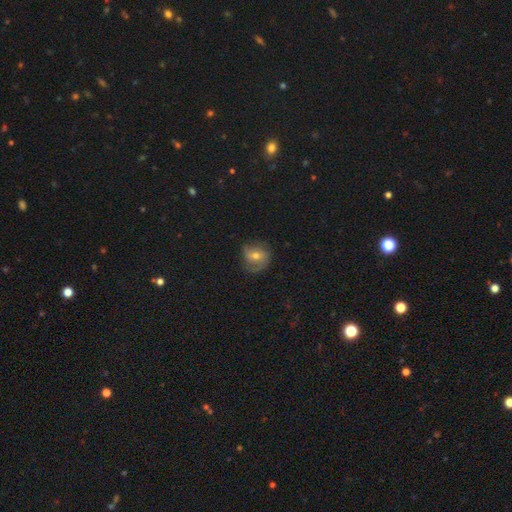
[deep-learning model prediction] smooth_or_featured: featured or disk (p=0.46) [alt: smooth p=0.45]
merging: none (p=0.65) [alt: minor disturbance p=0.23]